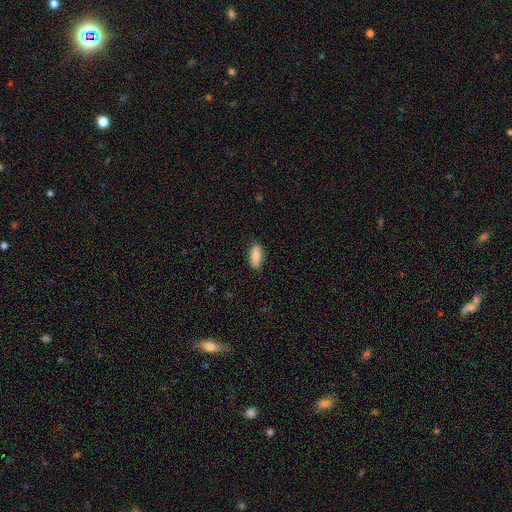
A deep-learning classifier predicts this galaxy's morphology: smooth-or-featured: smooth: 83% | featured or disk: 11% | star or artifact: 6%
  how-rounded: in between: 78% | cigar-shaped: 19% | round: 2%
  merging: none: 85% | minor disturbance: 12% | major disturbance: 2% | merger: 1%